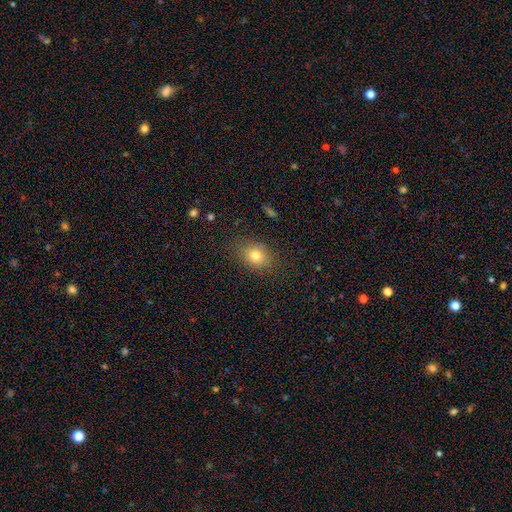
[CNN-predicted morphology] smooth 78%, star or artifact 12%, featured or disk 10%. Down the decision tree: how rounded — in between (54%); merging — none (81%).